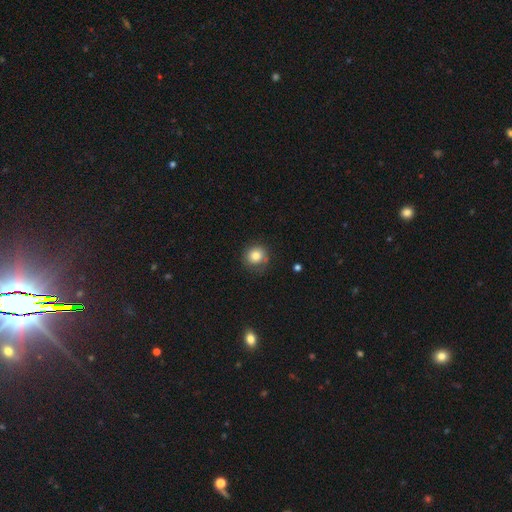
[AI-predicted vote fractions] The model was most divided on "merging": none: 76%, minor disturbance: 17%, major disturbance: 6%, merger: 2%. More confident: how rounded — round (89%); smooth or featured — smooth (81%).